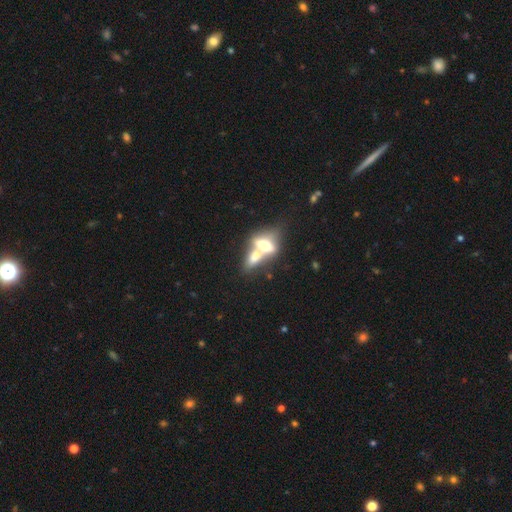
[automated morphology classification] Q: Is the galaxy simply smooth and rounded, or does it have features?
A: smooth — 53%.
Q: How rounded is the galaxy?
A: in between — 69%.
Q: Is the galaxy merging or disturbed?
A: merger — 71%.